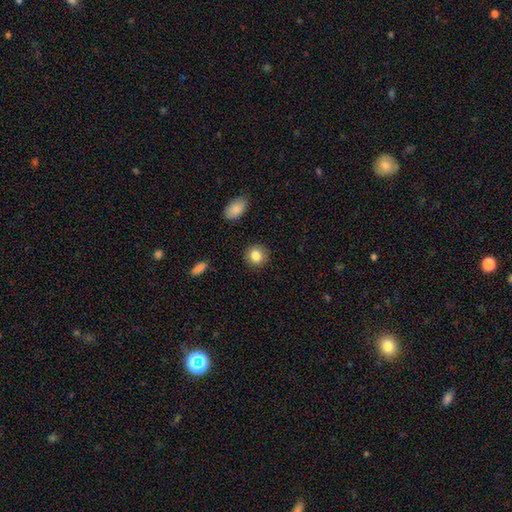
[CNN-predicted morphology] smooth-or-featured: smooth: 84% | star or artifact: 9% | featured or disk: 7%
  how-rounded: round: 84% | in between: 15% | cigar-shaped: 1%
  merging: none: 89% | minor disturbance: 7% | major disturbance: 2% | merger: 2%